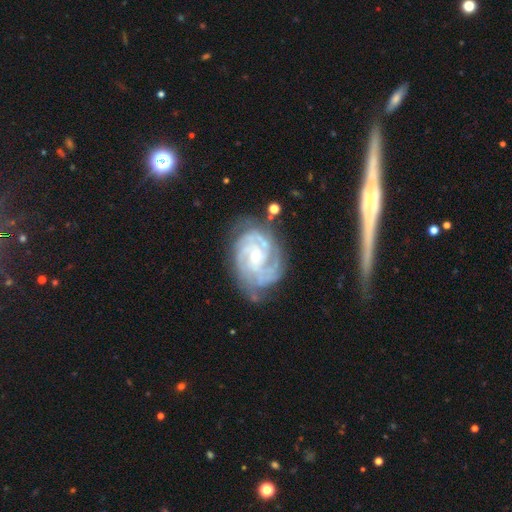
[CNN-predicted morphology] A featured or disk galaxy (90%) with no bar (63%), 3 (29%) tight (73%) spiral arms (98%) and a small central bulge (53%). Merging: none (70%).